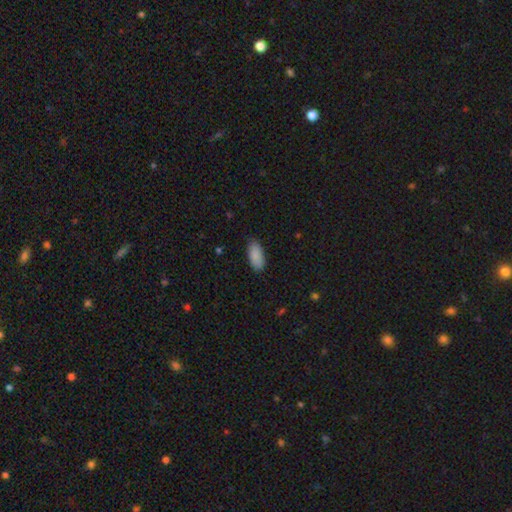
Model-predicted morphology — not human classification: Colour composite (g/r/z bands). It shows a smooth galaxy with no disk features (89%) that is in between round and cigar-shaped (91%). Merging: none (84%).